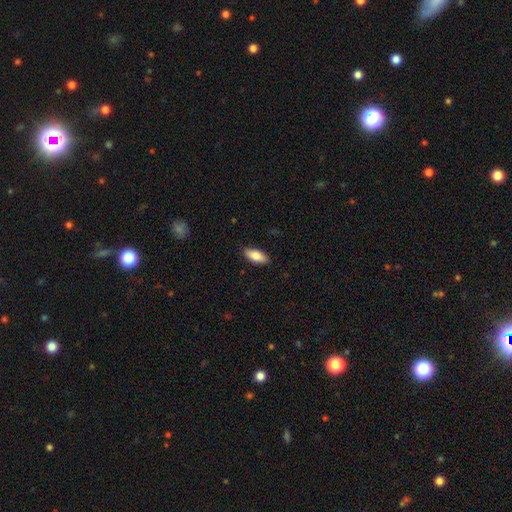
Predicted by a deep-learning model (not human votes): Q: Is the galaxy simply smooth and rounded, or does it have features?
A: smooth — 82%.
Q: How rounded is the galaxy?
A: in between — 84%.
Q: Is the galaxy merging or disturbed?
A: none — 88%.